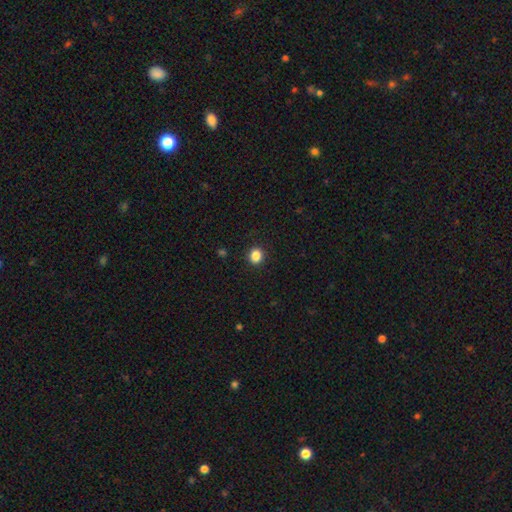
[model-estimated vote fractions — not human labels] Smooth or featured? Predicted: smooth (p=0.86). How rounded? Predicted: round (p=0.79). Merging? Predicted: none (p=0.91).